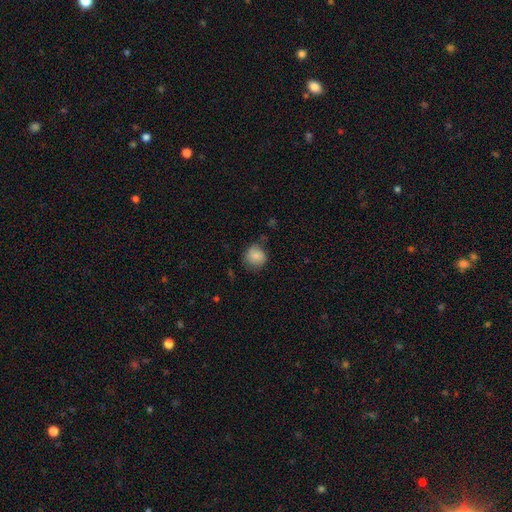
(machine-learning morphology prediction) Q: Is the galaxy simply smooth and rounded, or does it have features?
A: smooth — 83%.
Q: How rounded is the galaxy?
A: round — 84%.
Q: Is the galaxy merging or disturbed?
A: none — 68%.